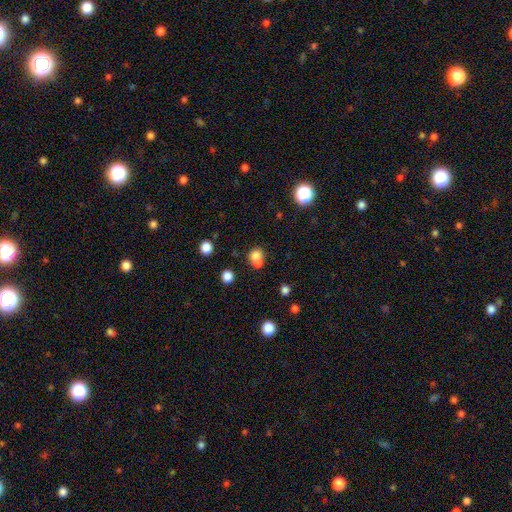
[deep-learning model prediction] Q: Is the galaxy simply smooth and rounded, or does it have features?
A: smooth — 75%.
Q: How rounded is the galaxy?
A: round — 80%.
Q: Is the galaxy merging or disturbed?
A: merger — 52%.